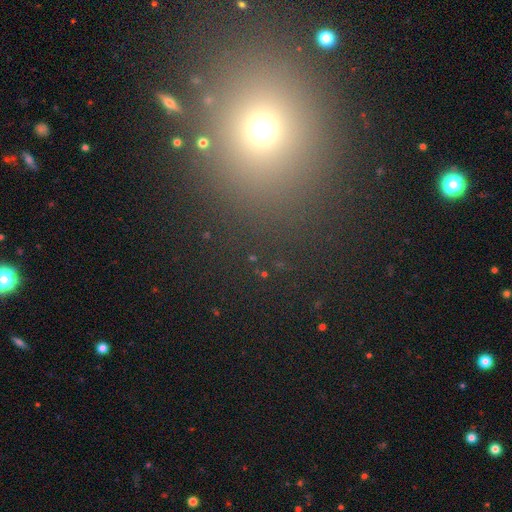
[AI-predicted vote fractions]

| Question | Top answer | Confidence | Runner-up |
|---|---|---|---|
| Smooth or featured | smooth | 54% | star or artifact (38%) |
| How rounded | round | 73% | in between (25%) |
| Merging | none | 87% | minor disturbance (7%) |